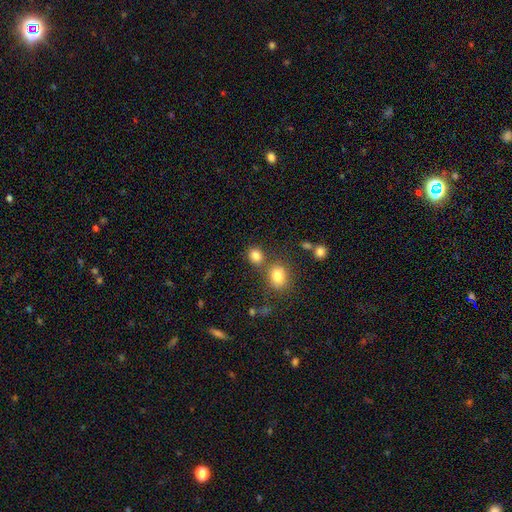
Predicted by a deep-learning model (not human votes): Smooth or featured? Predicted: smooth (p=0.82). How rounded? Predicted: round (p=0.66). Merging? Predicted: none (p=0.63).